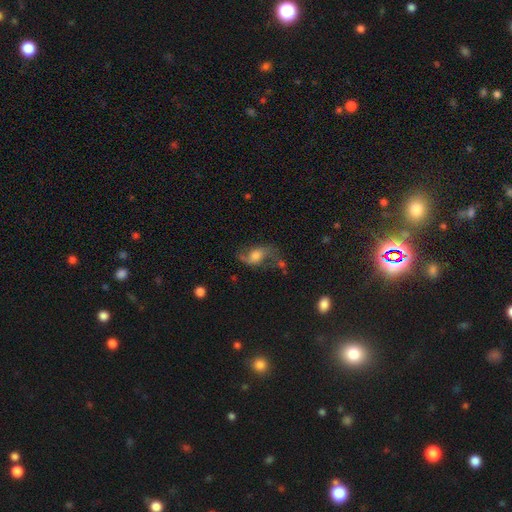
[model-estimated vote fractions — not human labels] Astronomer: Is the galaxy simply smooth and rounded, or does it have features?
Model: featured or disk — 64%.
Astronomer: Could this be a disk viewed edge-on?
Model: no — 95%.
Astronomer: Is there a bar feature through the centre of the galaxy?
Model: no — 53% (runner-up: weak, 37%).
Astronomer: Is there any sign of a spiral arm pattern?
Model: yes — 89%.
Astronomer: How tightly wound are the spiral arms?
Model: loose — 80%.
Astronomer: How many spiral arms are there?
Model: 2 — 88%.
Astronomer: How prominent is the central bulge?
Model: moderate — 40% (runner-up: large, 28%).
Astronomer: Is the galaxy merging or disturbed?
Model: none — 49%.